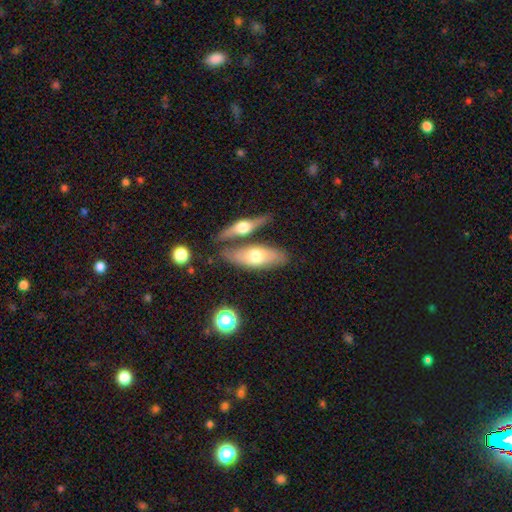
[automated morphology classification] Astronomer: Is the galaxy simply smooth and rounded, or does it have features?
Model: smooth — 54% (runner-up: featured or disk, 41%).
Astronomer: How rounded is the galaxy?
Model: in between — 72%.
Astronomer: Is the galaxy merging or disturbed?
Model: none — 60%.